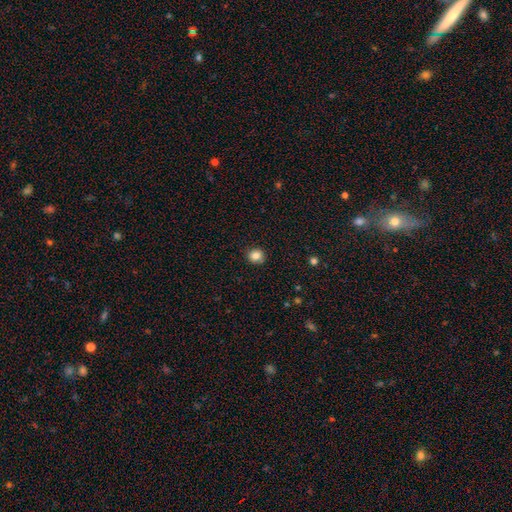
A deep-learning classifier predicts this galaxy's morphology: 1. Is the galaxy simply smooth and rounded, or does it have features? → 84% smooth, 11% star or artifact, 5% featured or disk.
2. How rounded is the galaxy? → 85% round, 14% in between, 1% cigar-shaped.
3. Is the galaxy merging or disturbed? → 90% none, 7% minor disturbance, 2% major disturbance, 1% merger.